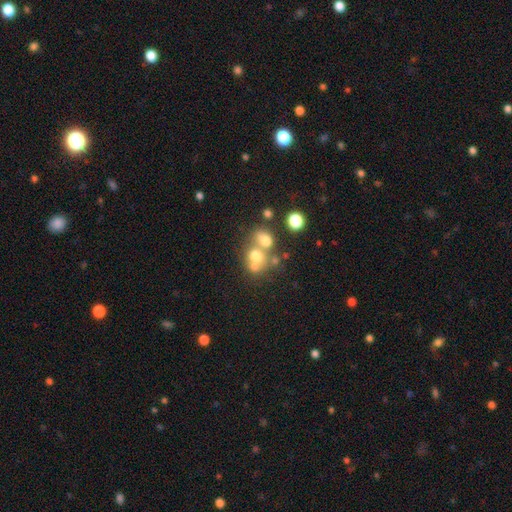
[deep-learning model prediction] Overall: smooth (63%). How rounded: round (67%; in between 32%). Merging: merger (53%; none 34%).